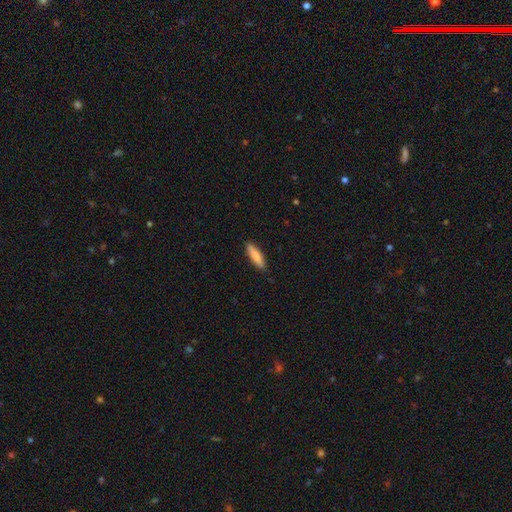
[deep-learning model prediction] A smooth galaxy with no disk features (82%) that is cigar-shaped (73%).

Vote fractions:
- Smooth or featured? smooth: 82% / featured or disk: 13% / star or artifact: 5%
- How rounded? cigar-shaped: 73% / in between: 25% / round: 2%
- Merging? none: 89% / minor disturbance: 8% / major disturbance: 2% / merger: 1%